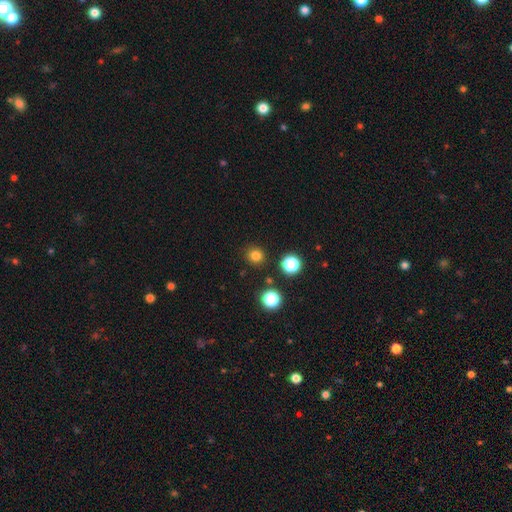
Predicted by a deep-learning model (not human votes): Smooth or featured?
  - smooth: 79% *
  - star or artifact: 17%
  - featured or disk: 4%
How rounded?
  - round: 91% *
  - in between: 8%
  - cigar-shaped: 1%
Merging?
  - none: 88% *
  - minor disturbance: 7%
  - merger: 3%
  - major disturbance: 2%